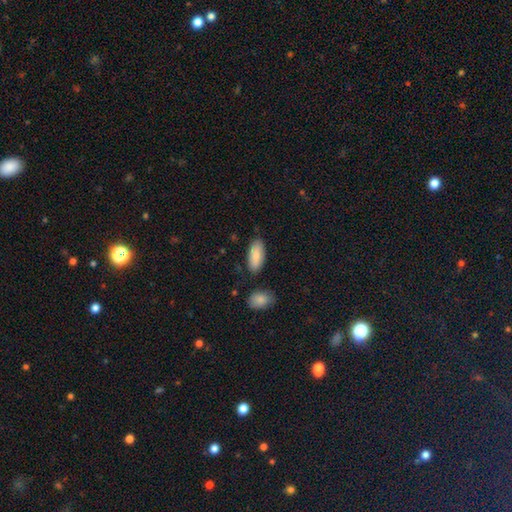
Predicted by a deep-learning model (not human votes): Morphology: type=smooth (85%); roundness=in between (89%); merging=none (81%).